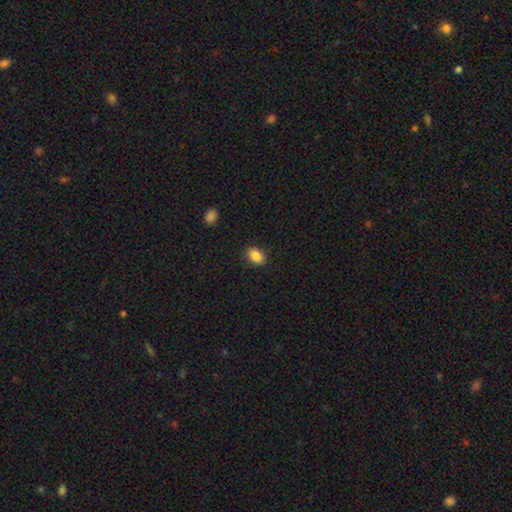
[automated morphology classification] smooth 87%, star or artifact 8%, featured or disk 5%. Down the decision tree: how rounded — in between (86%); merging — none (88%).